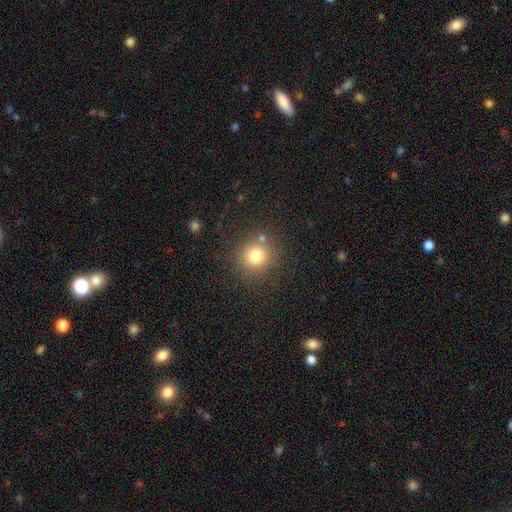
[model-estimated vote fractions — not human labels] Smooth or featured?
  - smooth: 78% *
  - star or artifact: 15%
  - featured or disk: 8%
How rounded?
  - round: 91% *
  - in between: 9%
  - cigar-shaped: 1%
Merging?
  - none: 80% *
  - minor disturbance: 9%
  - merger: 7%
  - major disturbance: 4%